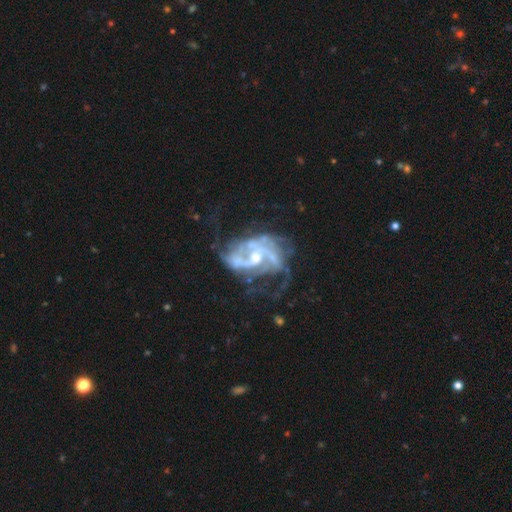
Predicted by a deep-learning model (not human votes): A featured or disk galaxy (87%) with no bar (45%), 2 (43%) medium (44%) spiral arms (90%) and a moderate central bulge (54%).

Vote fractions:
- Smooth or featured? featured or disk: 87% / star or artifact: 7% / smooth: 6%
- Edge-on disk? no: 98% / yes: 2%
- Bar? no: 45% / weak: 41% / strong: 14%
- Spiral arms? yes: 90% / no: 10%
- Spiral winding? medium: 44% / loose: 31% / tight: 25%
- Spiral arm count? 2: 43% / can't tell: 25% / 3: 15% / 4: 6% / 1: 6% / more than 4: 5%
- Bulge size? moderate: 54% / small: 36% / large: 5% / none: 4% / dominant: 1%
- Merging? none: 40% / major disturbance: 34% / minor disturbance: 19% / merger: 6%